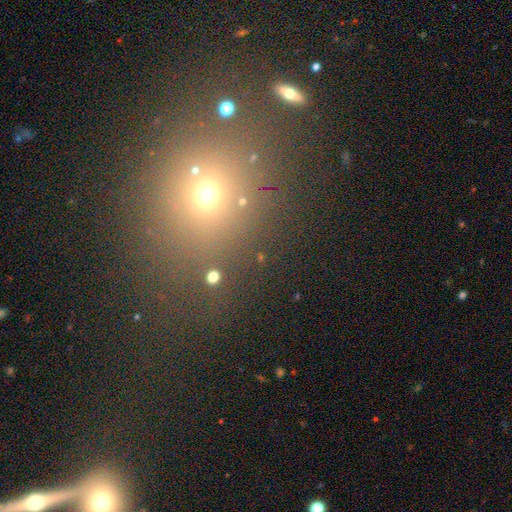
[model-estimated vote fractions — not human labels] Smooth or featured? smooth (53%)
How rounded? round (62%)
Merging? none (73%)